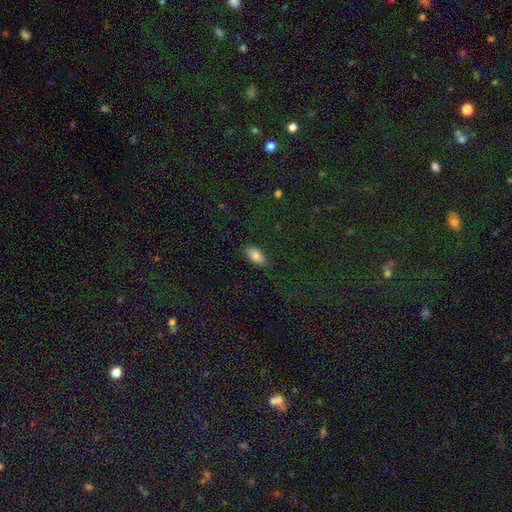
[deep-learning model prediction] A smooth galaxy with no disk features (83%) that is in between round and cigar-shaped (93%). Merging: none (85%).